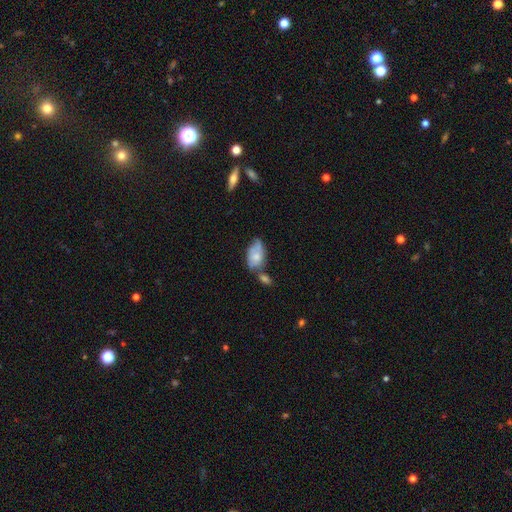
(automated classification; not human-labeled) Smooth or featured? smooth (65%)
How rounded? in between (91%)
Merging? none (32%)